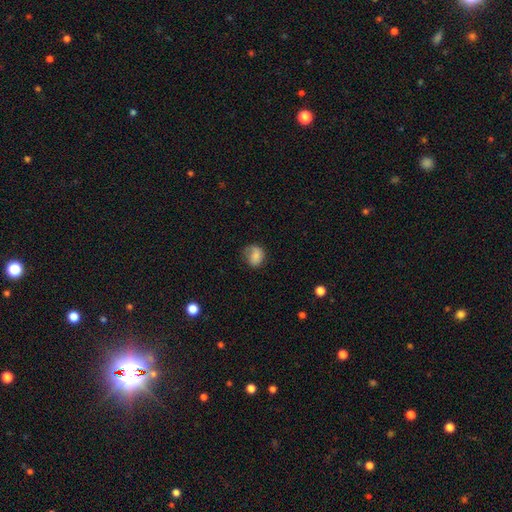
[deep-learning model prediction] smooth_or_featured: smooth (p=0.69) [alt: featured or disk p=0.22]
how_rounded: round (p=0.61) [alt: in between p=0.38]
merging: none (p=0.50) [alt: minor disturbance p=0.28]